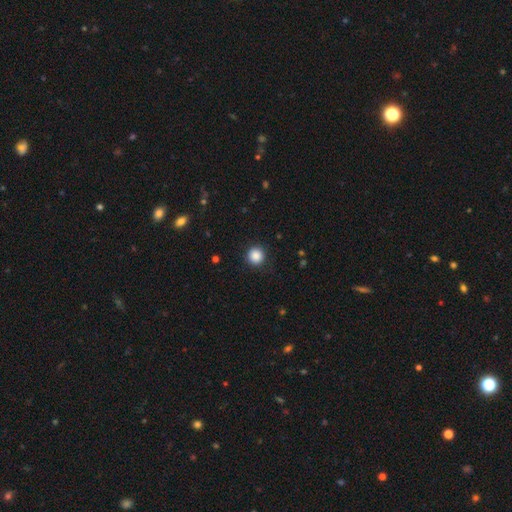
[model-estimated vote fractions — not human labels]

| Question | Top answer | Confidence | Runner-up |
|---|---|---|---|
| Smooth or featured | smooth | 87% | star or artifact (10%) |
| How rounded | round | 95% | in between (4%) |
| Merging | none | 90% | minor disturbance (6%) |